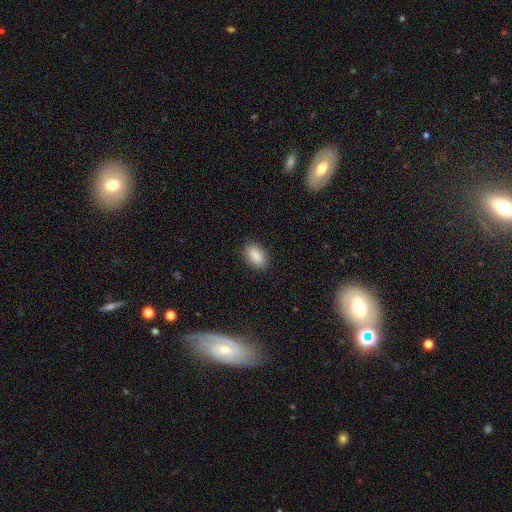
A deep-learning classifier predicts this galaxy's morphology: This is clearly a smooth galaxy (89%). How rounded: clearly in between (92%). Merging: clearly none (88%).